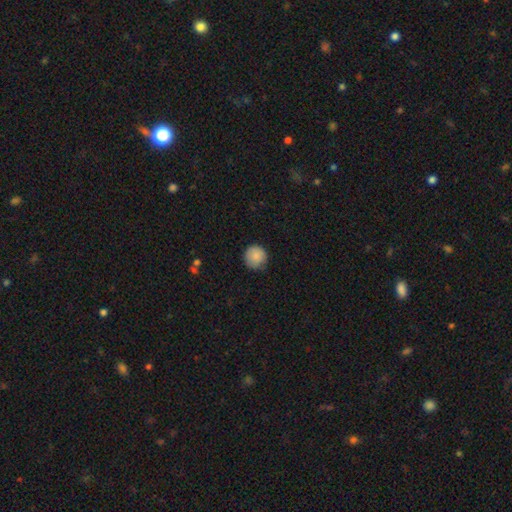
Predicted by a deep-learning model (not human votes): smooth 86%, star or artifact 8%, featured or disk 6%. Down the decision tree: how rounded — round (94%); merging — none (82%).